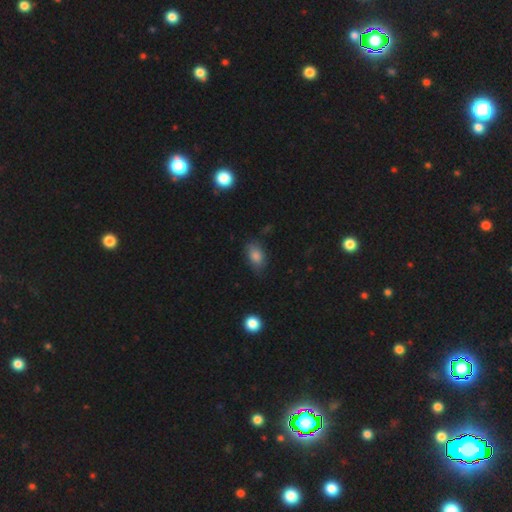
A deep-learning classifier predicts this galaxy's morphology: smooth_or_featured: smooth (p=0.81) [alt: star or artifact p=0.10]
how_rounded: in between (p=0.87) [alt: round p=0.11]
merging: none (p=0.70) [alt: minor disturbance p=0.23]